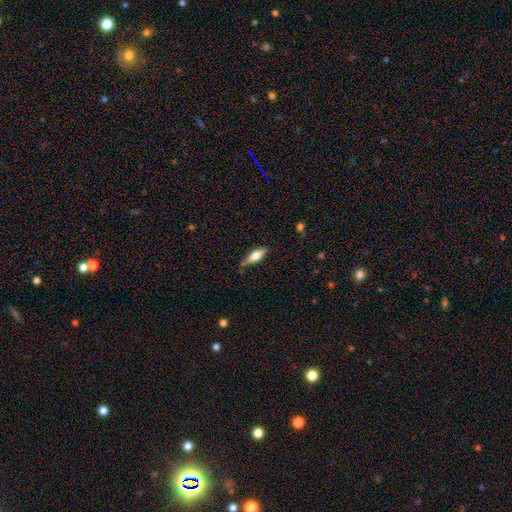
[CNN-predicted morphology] Smooth or featured: smooth — 56% (featured or disk — 38%)
How rounded: in between — 55% (cigar-shaped — 43%)
Merging: none — 78% (minor disturbance — 16%)